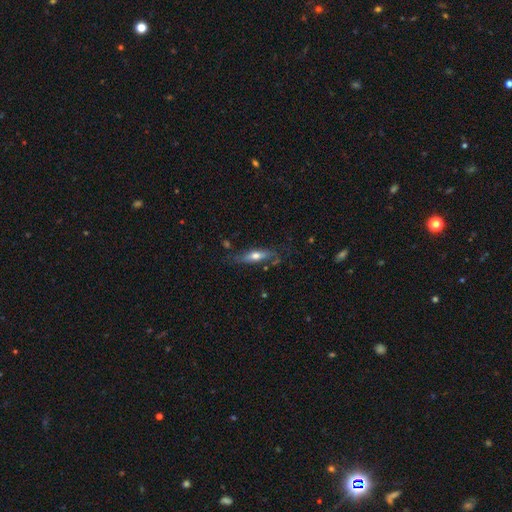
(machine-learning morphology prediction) The model was most divided on "smooth or featured": smooth: 49%, featured or disk: 45%, star or artifact: 6%. More confident: merging — none (62%).